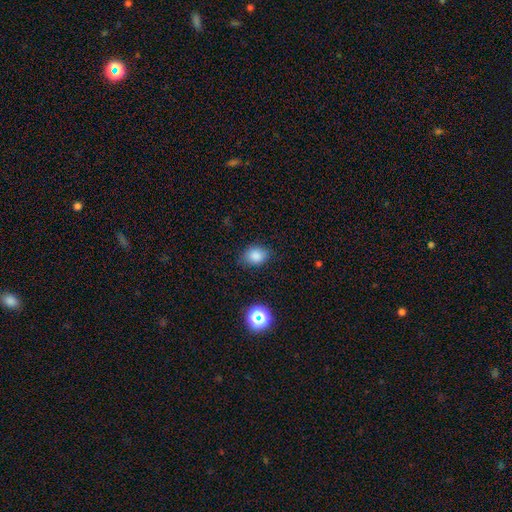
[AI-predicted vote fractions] Smooth or featured? Predicted: smooth (p=0.83). How rounded? Predicted: in between (p=0.58). Merging? Predicted: none (p=0.79).